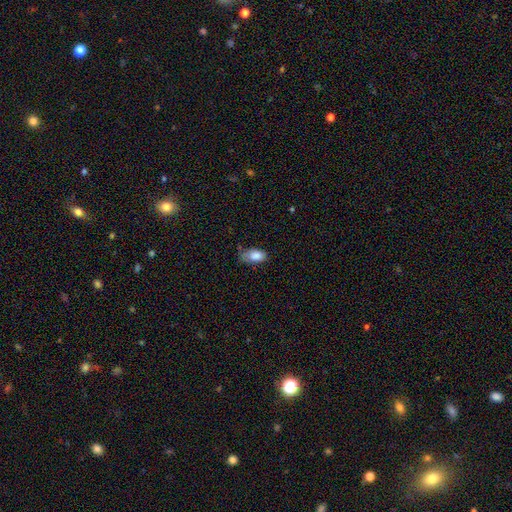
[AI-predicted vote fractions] Smooth or featured? smooth (85%)
How rounded? in between (92%)
Merging? none (45%)